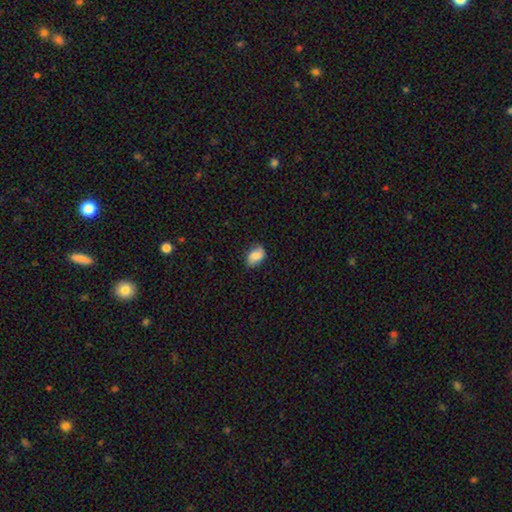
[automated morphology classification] Smooth or featured?
  - smooth: 77% *
  - featured or disk: 15%
  - star or artifact: 8%
How rounded?
  - in between: 84% *
  - round: 15%
  - cigar-shaped: 1%
Merging?
  - none: 72% *
  - minor disturbance: 23%
  - major disturbance: 4%
  - merger: 1%